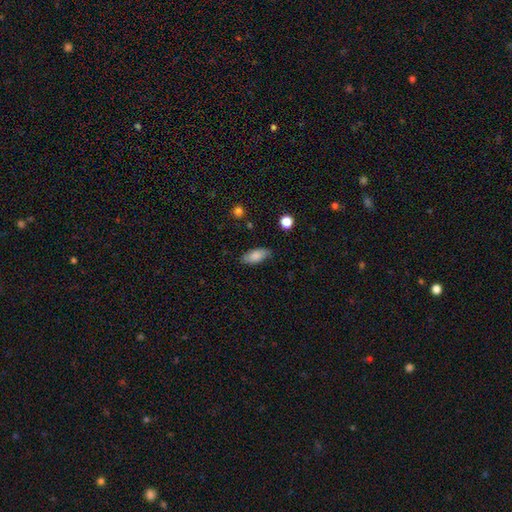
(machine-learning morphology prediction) Smooth or featured? Predicted: smooth (p=0.80). How rounded? Predicted: in between (p=0.87). Merging? Predicted: none (p=0.79).